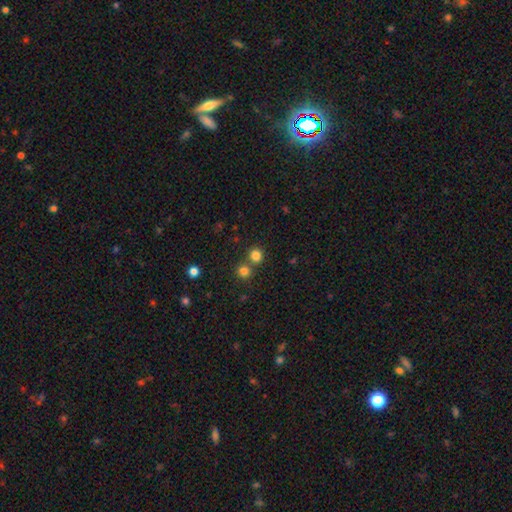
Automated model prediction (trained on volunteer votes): This is clearly a smooth galaxy (81%). How rounded: clearly round (88%). Merging: likely none (71%).